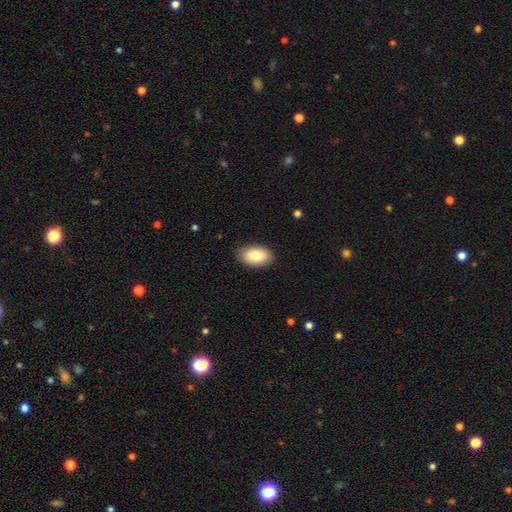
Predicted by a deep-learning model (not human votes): Q: Smooth or featured?
A: smooth (83%); runner-up: featured or disk (11%)
Q: How rounded?
A: in between (93%); runner-up: round (6%)
Q: Merging?
A: none (85%); runner-up: minor disturbance (11%)